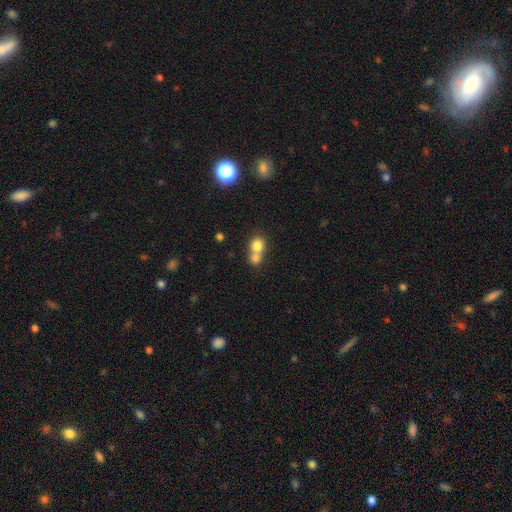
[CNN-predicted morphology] This appears to be a smooth galaxy with no disk features (73%) that is round (80%). Merging: merger (60%).